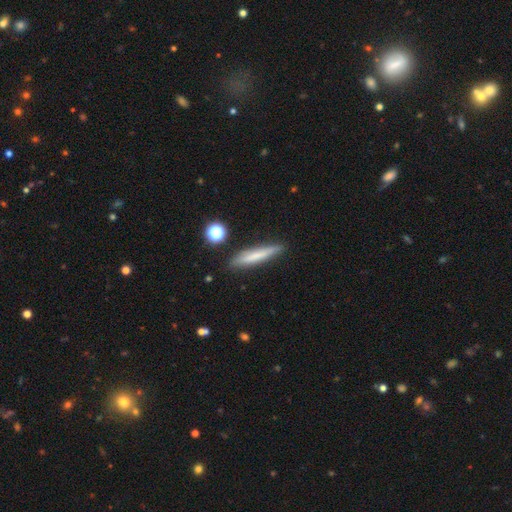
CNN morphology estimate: smooth_or_featured: smooth (p=0.64) [alt: featured or disk p=0.28]
how_rounded: cigar-shaped (p=0.92) [alt: in between p=0.07]
merging: none (p=0.85) [alt: minor disturbance p=0.10]